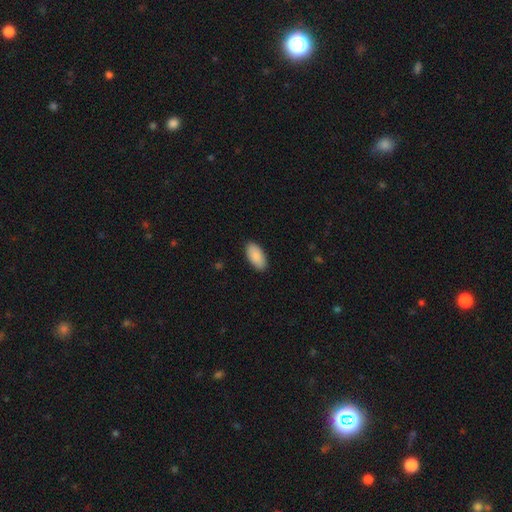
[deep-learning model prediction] A smooth galaxy with no disk features (89%) that is in between round and cigar-shaped (94%). Merging: none (89%).